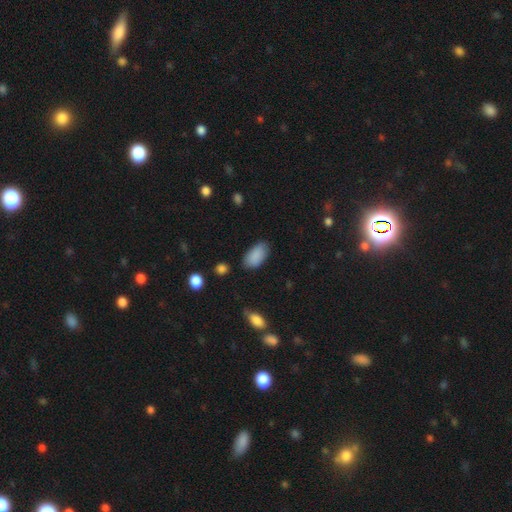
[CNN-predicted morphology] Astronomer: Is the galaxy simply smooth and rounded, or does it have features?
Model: smooth — 89%.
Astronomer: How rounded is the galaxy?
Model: in between — 94%.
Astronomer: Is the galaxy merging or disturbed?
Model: none — 80%.